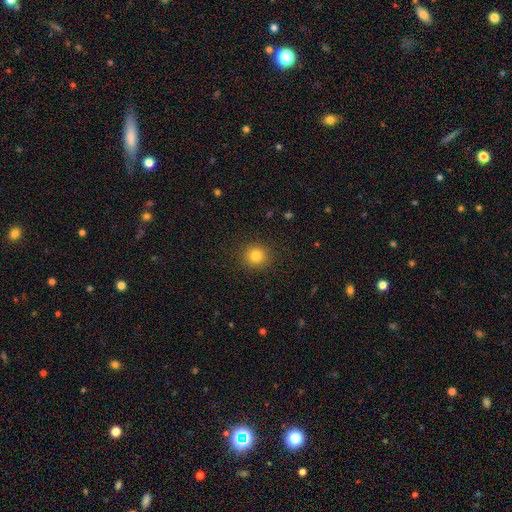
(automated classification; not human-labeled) The model was most divided on "smooth or featured": smooth: 82%, star or artifact: 12%, featured or disk: 6%. More confident: merging — none (91%); how rounded — round (90%).